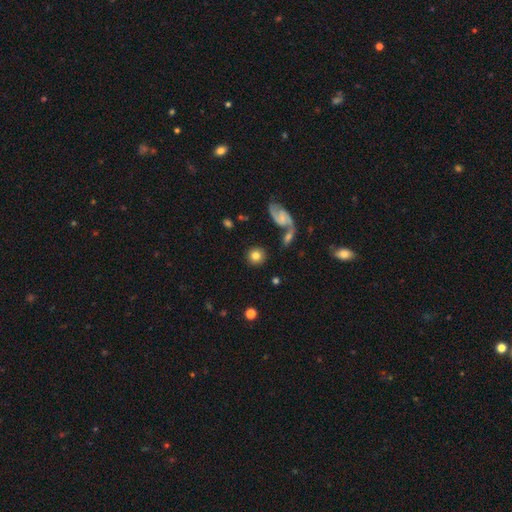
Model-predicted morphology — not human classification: The model was most divided on "smooth or featured": smooth: 75%, featured or disk: 17%, star or artifact: 8%. More confident: how rounded — round (91%); merging — none (83%).